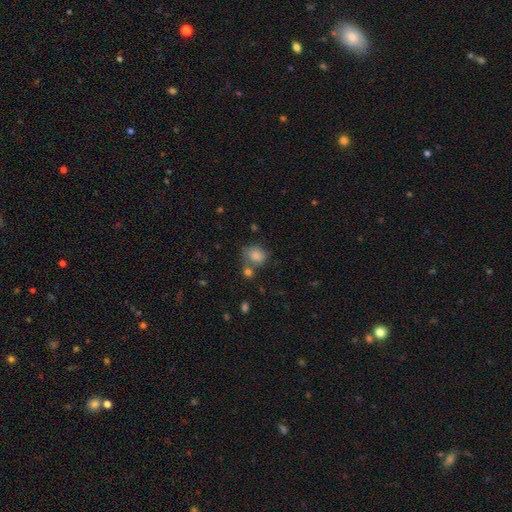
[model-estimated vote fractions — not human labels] Q: Smooth or featured?
A: smooth (83%); runner-up: star or artifact (10%)
Q: How rounded?
A: round (55%); runner-up: in between (44%)
Q: Merging?
A: none (52%); runner-up: merger (20%)